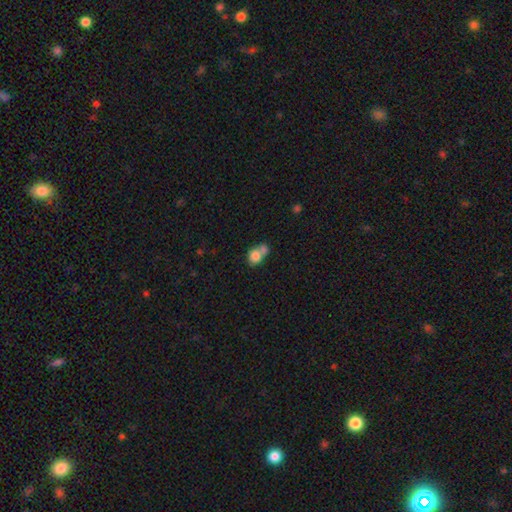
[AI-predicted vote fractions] A smooth galaxy with no disk features (79%) that is round (62%). Merging: merger (58%).